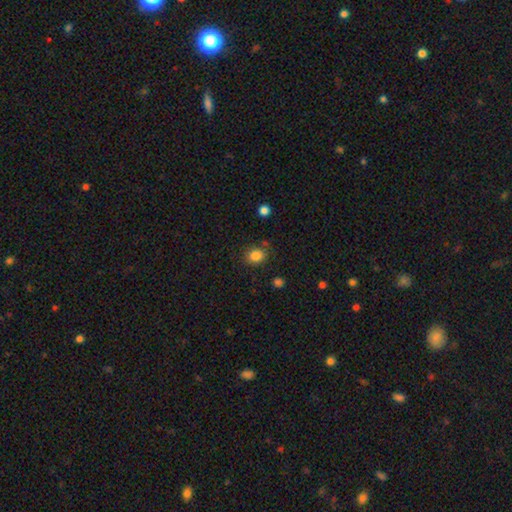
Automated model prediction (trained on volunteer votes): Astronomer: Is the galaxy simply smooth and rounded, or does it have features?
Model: smooth — 84%.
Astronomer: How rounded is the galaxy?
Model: round — 57% (runner-up: in between, 42%).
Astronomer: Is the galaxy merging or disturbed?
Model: none — 78%.